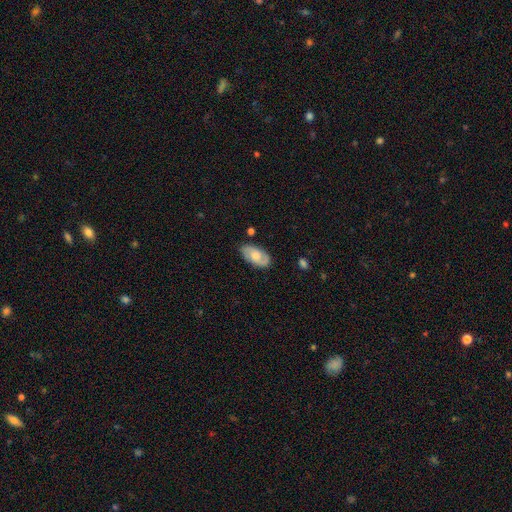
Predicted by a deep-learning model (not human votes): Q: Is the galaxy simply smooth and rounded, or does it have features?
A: featured or disk — 54%.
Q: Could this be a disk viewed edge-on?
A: no — 94%.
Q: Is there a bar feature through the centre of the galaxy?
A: no — 66%.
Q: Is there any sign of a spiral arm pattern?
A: yes — 84%.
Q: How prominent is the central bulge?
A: moderate — 45%.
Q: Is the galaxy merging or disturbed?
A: none — 80%.